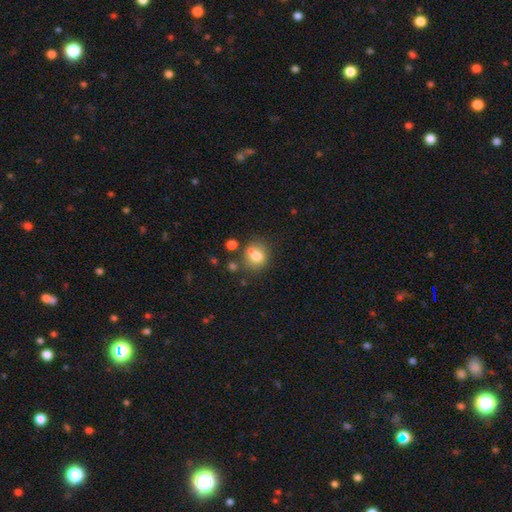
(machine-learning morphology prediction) smooth_or_featured: smooth (p=0.73) [alt: featured or disk p=0.15]
how_rounded: round (p=0.67) [alt: in between p=0.32]
merging: none (p=0.56) [alt: minor disturbance p=0.19]